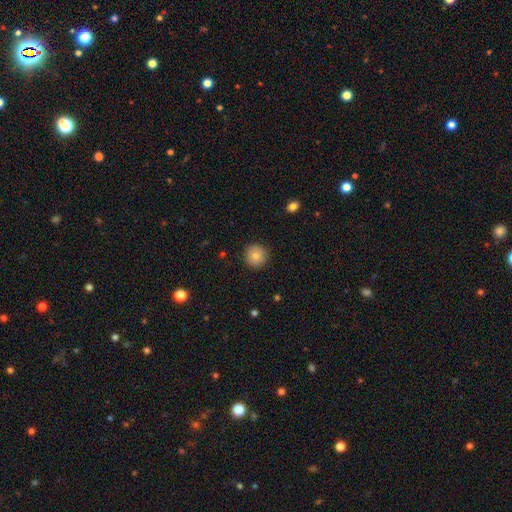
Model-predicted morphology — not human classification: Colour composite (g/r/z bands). It shows a smooth galaxy with no disk features (84%) that is round (95%). Merging: none (91%).